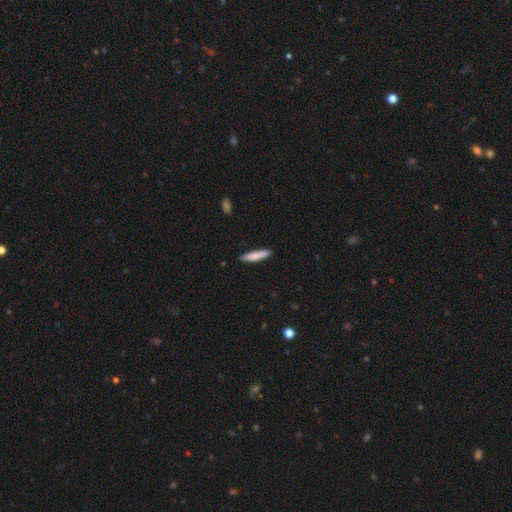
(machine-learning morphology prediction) smooth 77%, featured or disk 17%, star or artifact 6%. Down the decision tree: how rounded — cigar-shaped (83%); merging — none (87%).